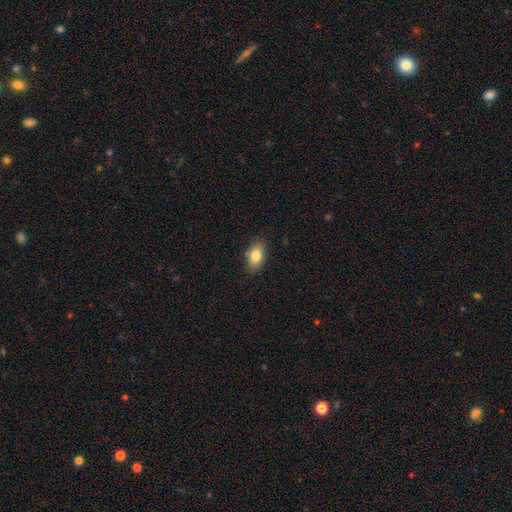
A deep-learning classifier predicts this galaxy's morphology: A smooth galaxy with no disk features (81%) that is in between round and cigar-shaped (88%).

Vote fractions:
- Smooth or featured? smooth: 81% / featured or disk: 11% / star or artifact: 8%
- How rounded? in between: 88% / round: 9% / cigar-shaped: 2%
- Merging? none: 83% / minor disturbance: 13% / major disturbance: 2% / merger: 2%